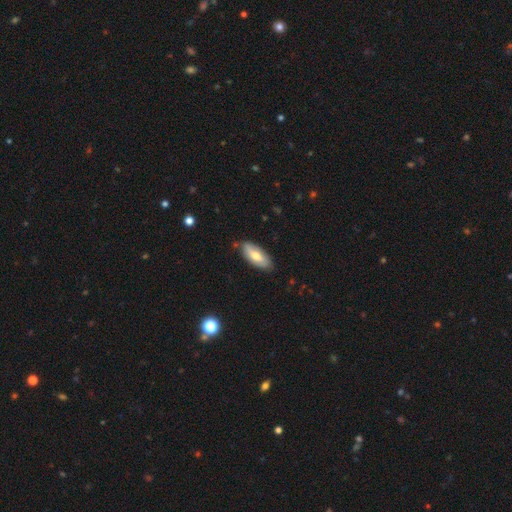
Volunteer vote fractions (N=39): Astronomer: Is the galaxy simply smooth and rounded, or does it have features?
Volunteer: smooth — 54% (runner-up: featured or disk, 44%).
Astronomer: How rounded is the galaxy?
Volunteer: in between — 86%.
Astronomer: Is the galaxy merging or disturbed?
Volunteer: none — 92%.